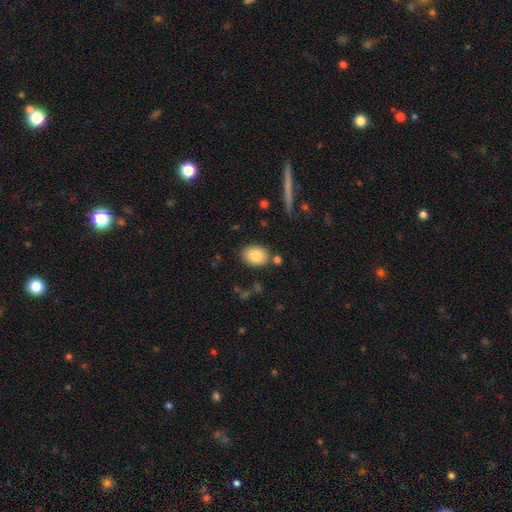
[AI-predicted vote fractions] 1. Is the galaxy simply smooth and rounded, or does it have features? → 85% smooth, 8% star or artifact, 7% featured or disk.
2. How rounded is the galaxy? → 69% in between, 30% round, 1% cigar-shaped.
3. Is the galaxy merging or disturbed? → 80% none, 11% minor disturbance, 6% merger, 3% major disturbance.